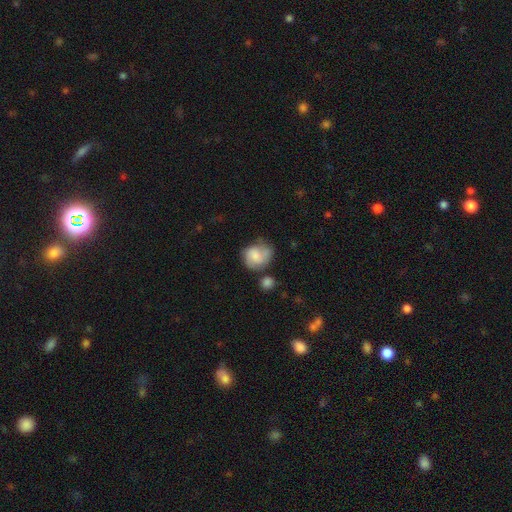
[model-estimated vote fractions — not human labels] Smooth or featured: smooth — 61% (featured or disk — 31%)
How rounded: round — 65% (in between — 34%)
Merging: none — 45% (minor disturbance — 29%)